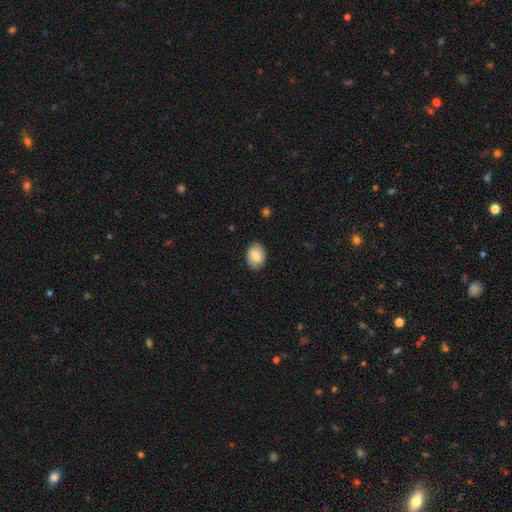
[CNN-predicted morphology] type=smooth (75%); roundness=in between (76%); merging=none (84%).